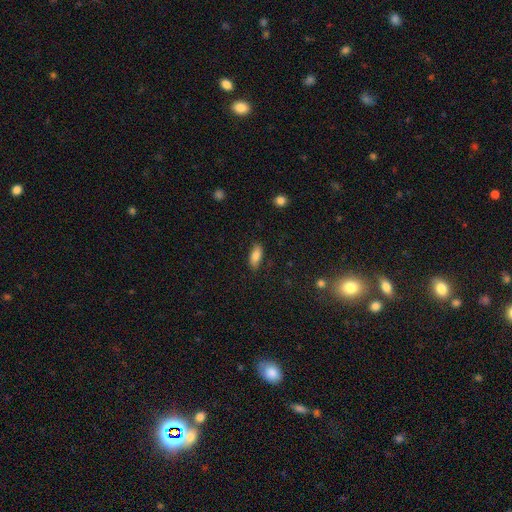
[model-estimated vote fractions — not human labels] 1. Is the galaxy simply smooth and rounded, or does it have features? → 85% smooth, 7% star or artifact, 7% featured or disk.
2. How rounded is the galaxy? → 81% in between, 17% cigar-shaped, 2% round.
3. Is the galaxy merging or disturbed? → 82% none, 13% minor disturbance, 3% major disturbance, 1% merger.